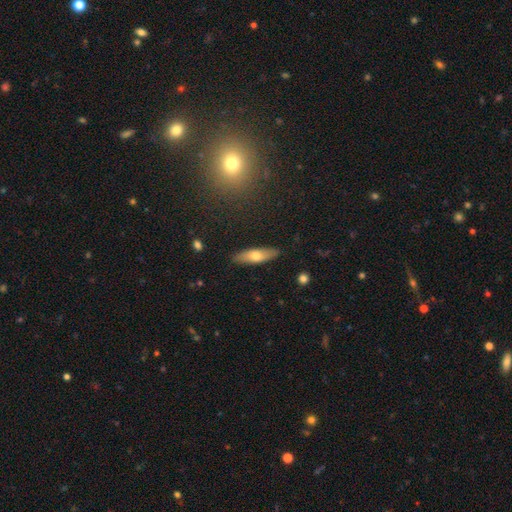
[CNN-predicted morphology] Smooth or featured?
  - smooth: 62% *
  - featured or disk: 32%
  - star or artifact: 6%
How rounded?
  - cigar-shaped: 55% *
  - in between: 43%
  - round: 2%
Merging?
  - none: 88% *
  - minor disturbance: 9%
  - major disturbance: 2%
  - merger: 1%